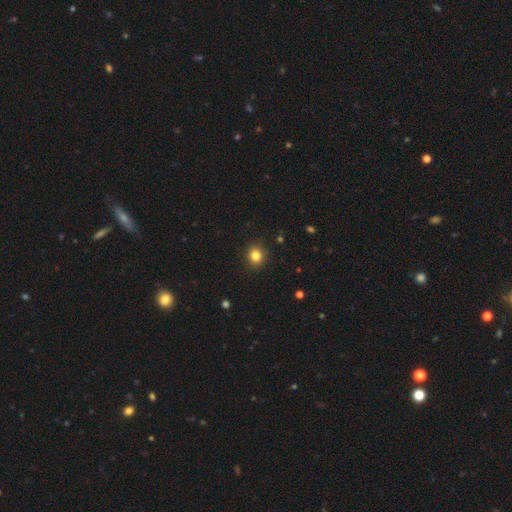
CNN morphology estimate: smooth-or-featured: smooth: 83% | star or artifact: 12% | featured or disk: 5%
  how-rounded: round: 78% | in between: 21% | cigar-shaped: 1%
  merging: none: 90% | minor disturbance: 7% | major disturbance: 2% | merger: 1%